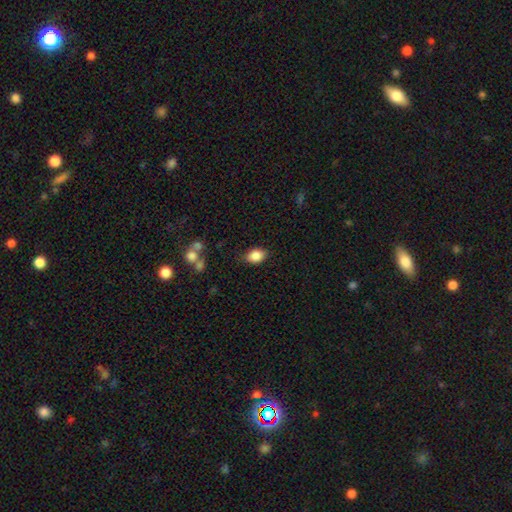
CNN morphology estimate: Smooth or featured?
  - smooth: 87% *
  - star or artifact: 8%
  - featured or disk: 5%
How rounded?
  - in between: 78% *
  - round: 20%
  - cigar-shaped: 1%
Merging?
  - none: 80% *
  - minor disturbance: 14%
  - major disturbance: 4%
  - merger: 2%